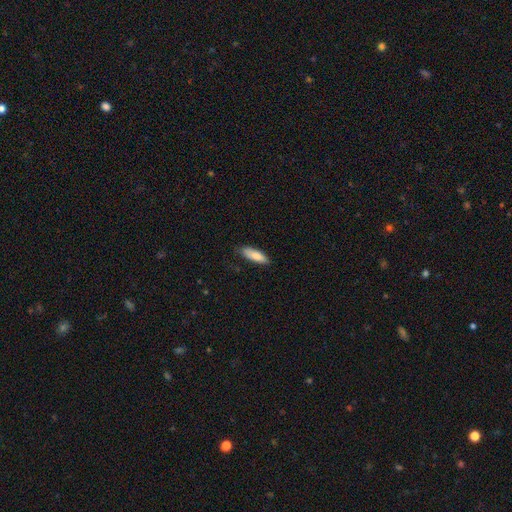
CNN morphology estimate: Smooth or featured: smooth — 82% (featured or disk — 13%)
How rounded: in between — 54% (cigar-shaped — 44%)
Merging: none — 78% (minor disturbance — 18%)